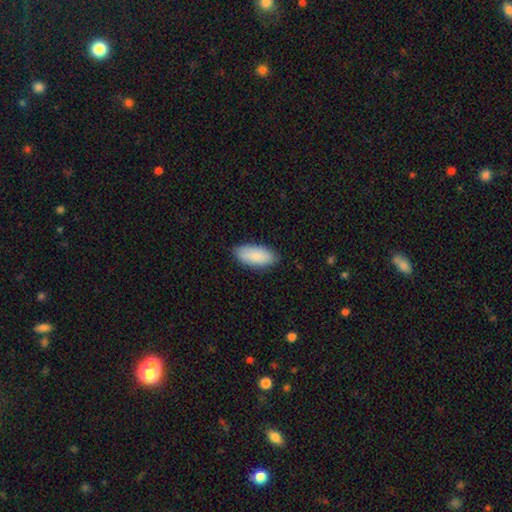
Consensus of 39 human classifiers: Q: Smooth or featured?
A: smooth (82%); runner-up: featured or disk (10%)
Q: How rounded?
A: in between (91%); runner-up: round (6%)
Q: Merging?
A: none (81%); runner-up: minor disturbance (17%)